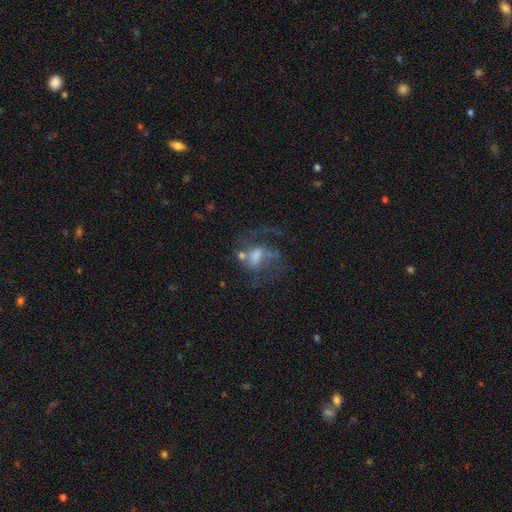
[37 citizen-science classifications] Smooth or featured? featured or disk (70%)
Edge-on disk? no (100%)
Bar? weak (65%)
Spiral arms? yes (92%)
Spiral winding? medium (58%)
Spiral arm count? 2 (96%)
Bulge size? moderate (69%)
Merging? none (57%)